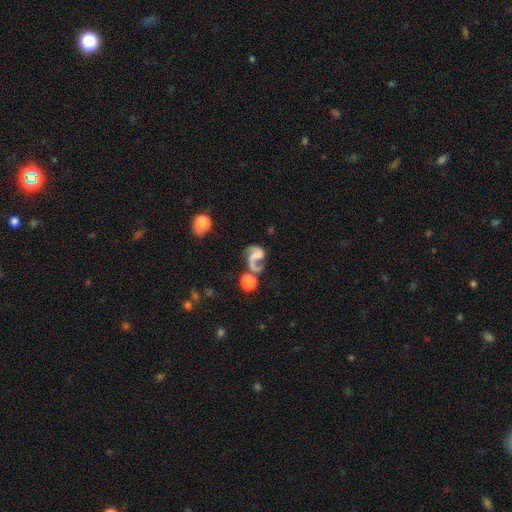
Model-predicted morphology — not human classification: Overall: featured or disk (79%). Edge-on disk: no (98%). Bar: no (53%; weak 34%). Spiral arms: yes (94%). Spiral arm count: 2 (71%). Spiral winding: loose (51%; medium 39%). Bulge size: none (51%; small 23%). Merging: none (42%; major disturbance 24%).